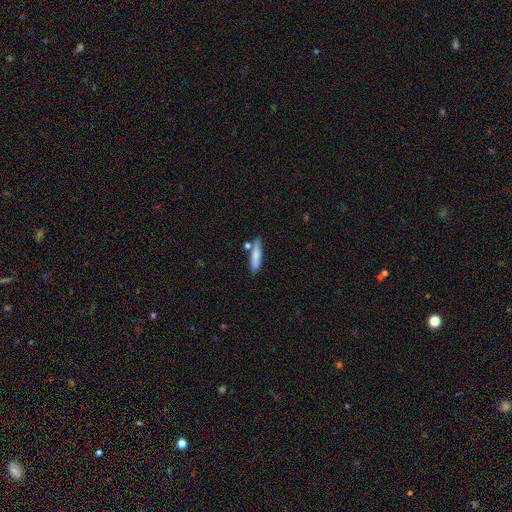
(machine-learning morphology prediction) Overall: smooth (76%). How rounded: cigar-shaped (82%). Merging: none (74%).